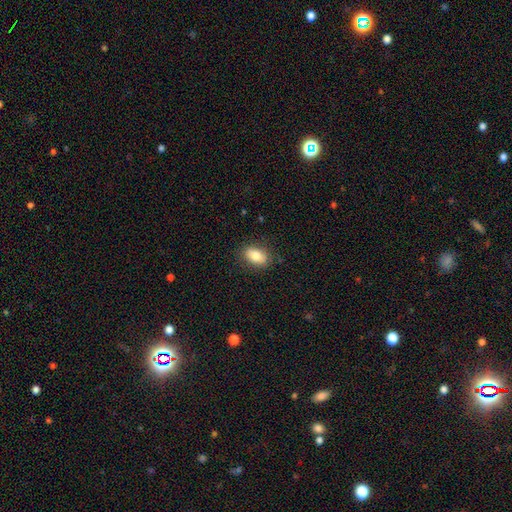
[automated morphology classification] Smooth or featured: smooth — 81% (featured or disk — 12%)
How rounded: in between — 88% (round — 9%)
Merging: none — 84% (minor disturbance — 12%)